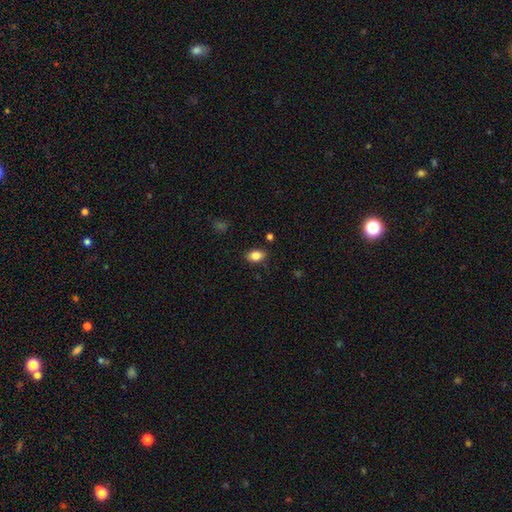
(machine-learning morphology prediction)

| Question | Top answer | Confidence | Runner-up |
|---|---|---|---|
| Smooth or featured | smooth | 85% | star or artifact (9%) |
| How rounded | in between | 86% | round (13%) |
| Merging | none | 85% | minor disturbance (11%) |